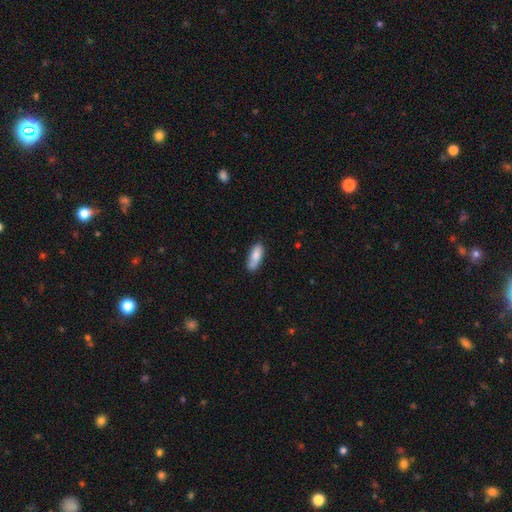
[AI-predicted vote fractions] smooth 81%, featured or disk 12%, star or artifact 7%. Down the decision tree: how rounded — in between (72%); merging — none (65%).